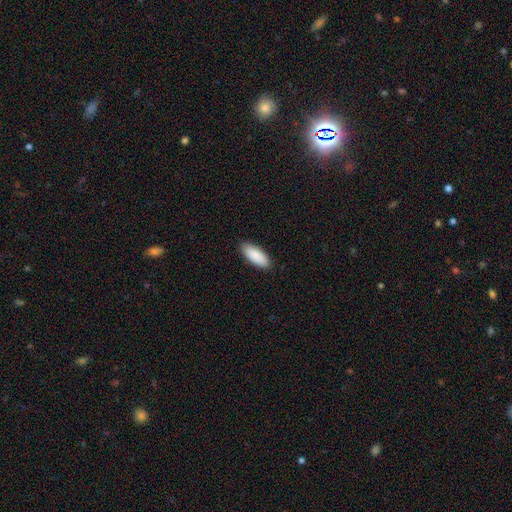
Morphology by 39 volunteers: Volunteers were most divided on "how rounded": in between: 78%, cigar-shaped: 19%, round: 3%. More confident: smooth or featured — smooth (92%); merging — none (89%).